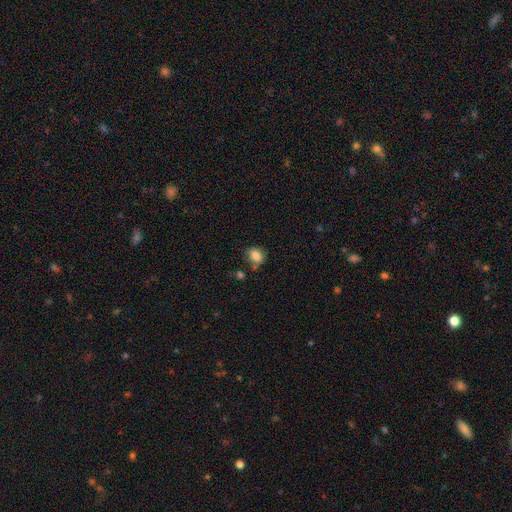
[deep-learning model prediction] Overall: smooth (82%). How rounded: in between (53%; round 45%). Merging: none (63%).